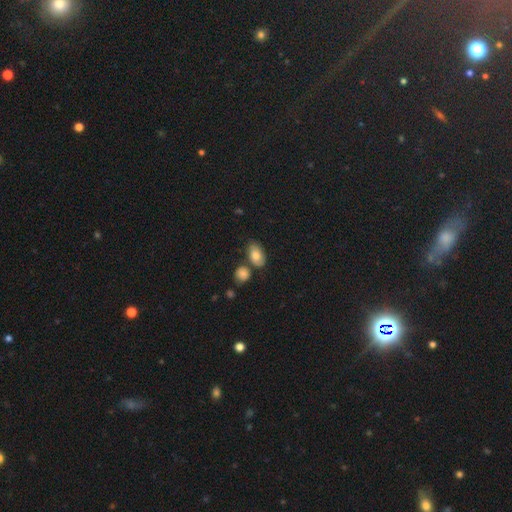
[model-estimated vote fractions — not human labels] This appears to be a smooth galaxy with no disk features (79%) that is in between round and cigar-shaped (89%). Merging: none (61%).